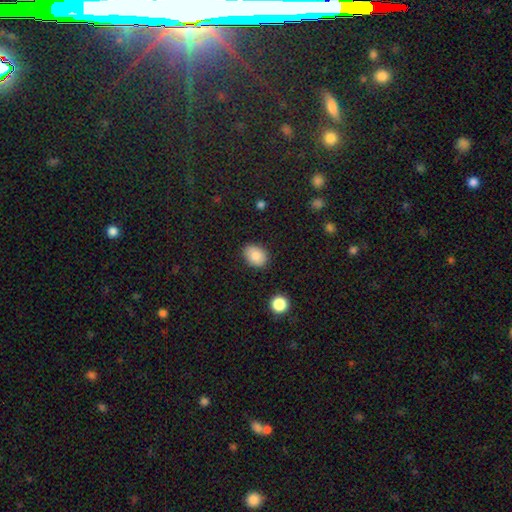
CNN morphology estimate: A smooth galaxy with no disk features (83%) that is in between round and cigar-shaped (59%). Merging: none (87%).